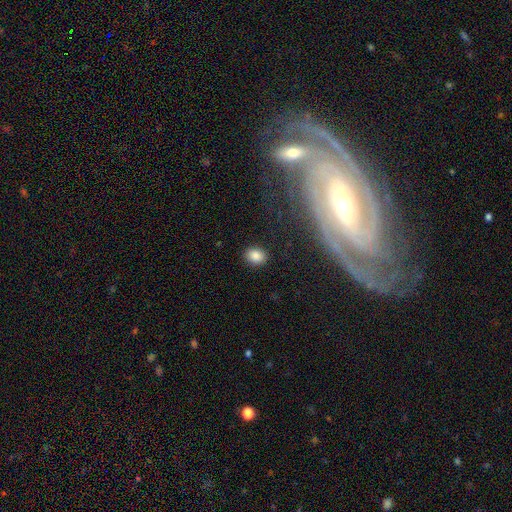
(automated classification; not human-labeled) This appears to be a smooth galaxy with no disk features (84%) that is in between round and cigar-shaped (56%). Merging: none (88%).